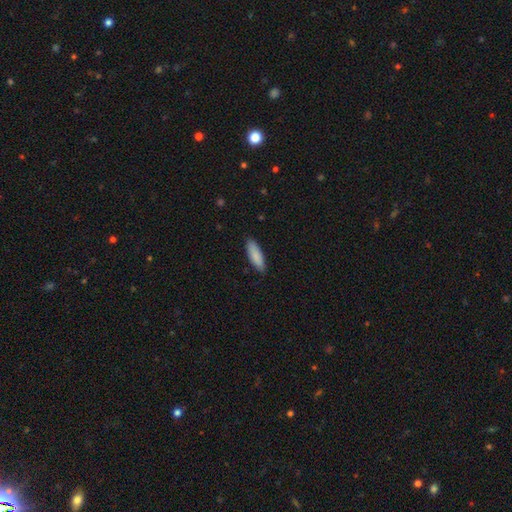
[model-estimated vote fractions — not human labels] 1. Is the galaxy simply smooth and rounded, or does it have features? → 88% smooth, 7% featured or disk, 5% star or artifact.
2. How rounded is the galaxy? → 54% in between, 45% cigar-shaped, 1% round.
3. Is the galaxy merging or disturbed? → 86% none, 12% minor disturbance, 2% major disturbance, 1% merger.